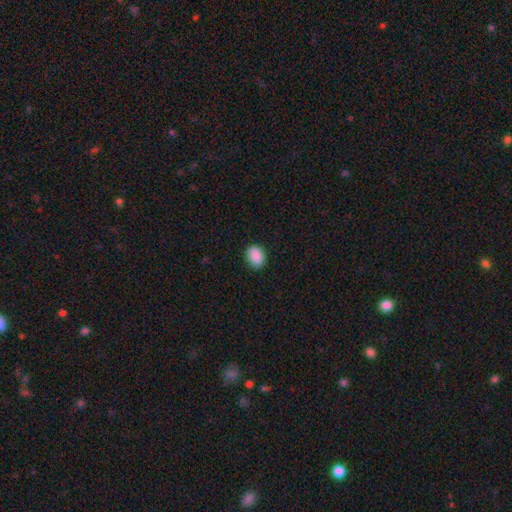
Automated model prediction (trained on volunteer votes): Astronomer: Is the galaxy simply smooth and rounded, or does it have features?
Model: smooth — 89%.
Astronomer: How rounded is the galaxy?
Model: in between — 63%.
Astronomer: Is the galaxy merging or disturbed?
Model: none — 85%.